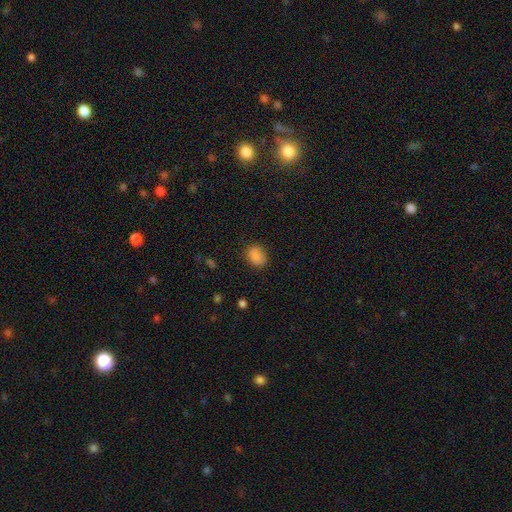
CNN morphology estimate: Overall: smooth (86%). How rounded: in between (67%; round 32%). Merging: none (79%).